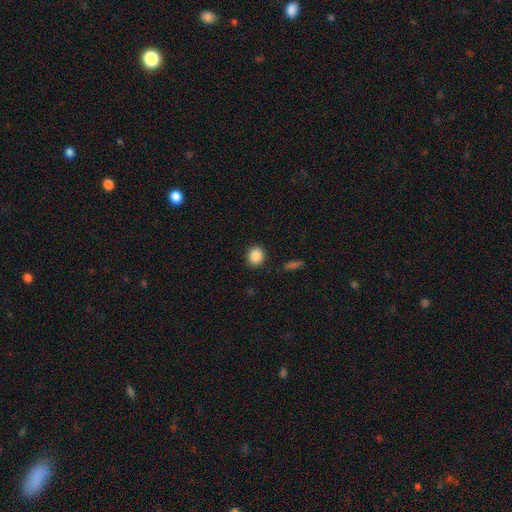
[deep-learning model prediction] Q: Smooth or featured?
A: smooth (88%); runner-up: star or artifact (9%)
Q: How rounded?
A: round (77%); runner-up: in between (22%)
Q: Merging?
A: none (89%); runner-up: minor disturbance (7%)